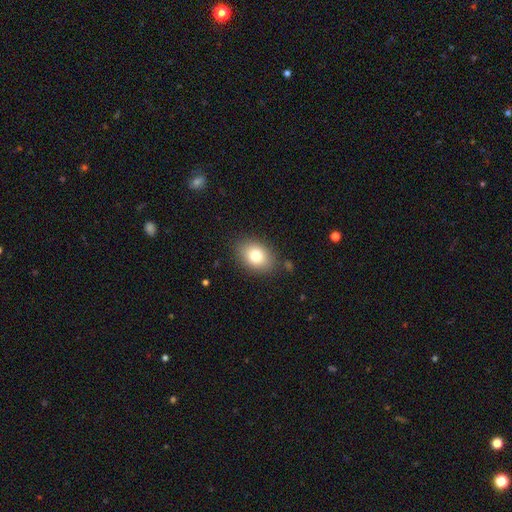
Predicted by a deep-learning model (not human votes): smooth_or_featured: smooth (p=0.80) [alt: featured or disk p=0.11]
how_rounded: in between (p=0.76) [alt: round p=0.23]
merging: none (p=0.84) [alt: minor disturbance p=0.11]